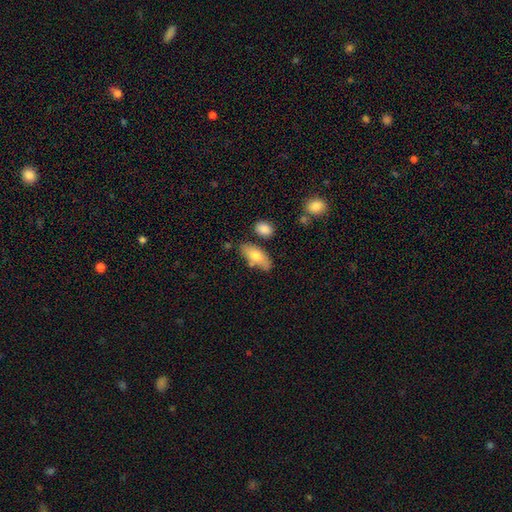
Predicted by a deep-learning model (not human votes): A smooth galaxy with no disk features (70%) that is in between round and cigar-shaped (82%).

Vote fractions:
- Smooth or featured? smooth: 70% / featured or disk: 23% / star or artifact: 6%
- How rounded? in between: 82% / cigar-shaped: 15% / round: 3%
- Merging? none: 67% / minor disturbance: 19% / merger: 9% / major disturbance: 5%